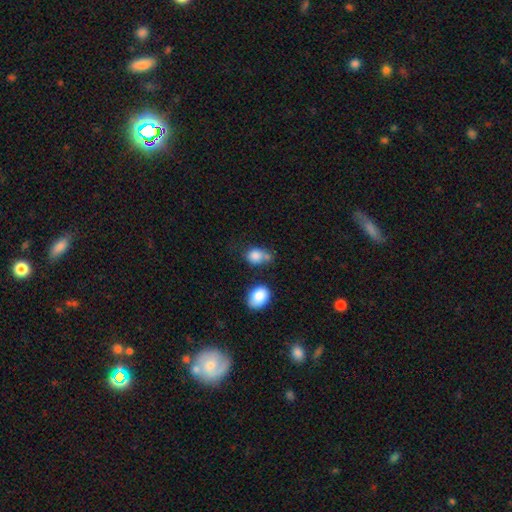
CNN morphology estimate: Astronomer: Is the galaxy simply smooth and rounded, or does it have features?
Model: smooth — 83%.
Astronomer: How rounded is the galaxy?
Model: in between — 51% (runner-up: round, 48%).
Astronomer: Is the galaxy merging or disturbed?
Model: none — 42% (runner-up: merger, 27%).